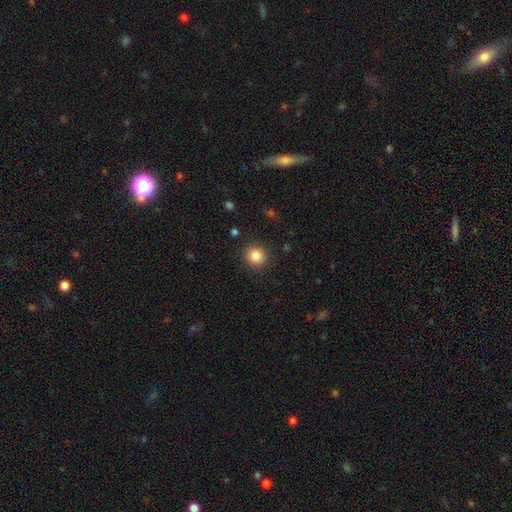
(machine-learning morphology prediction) Smooth or featured: smooth — 85% (star or artifact — 10%)
How rounded: round — 91% (in between — 8%)
Merging: none — 90% (minor disturbance — 7%)